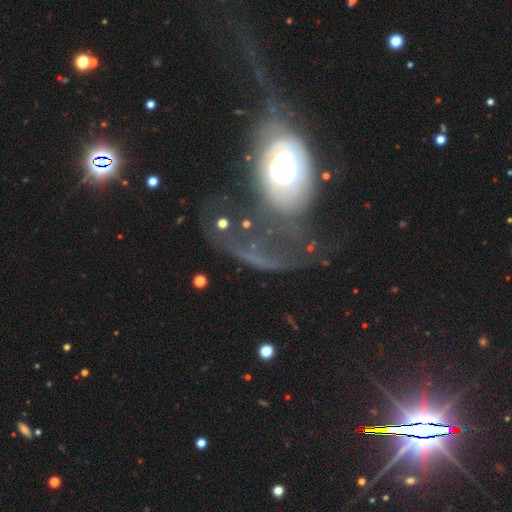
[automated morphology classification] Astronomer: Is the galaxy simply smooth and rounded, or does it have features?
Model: featured or disk — 50% (runner-up: star or artifact, 27%).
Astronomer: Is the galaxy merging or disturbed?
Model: major disturbance — 41% (runner-up: none, 37%).